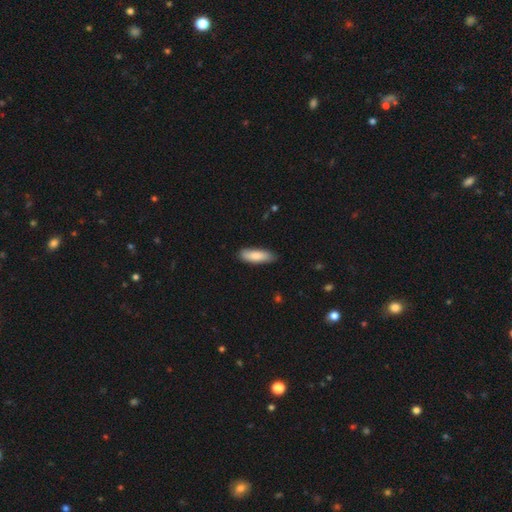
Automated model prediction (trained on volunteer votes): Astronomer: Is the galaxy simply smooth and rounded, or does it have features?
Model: smooth — 85%.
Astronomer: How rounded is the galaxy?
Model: in between — 54% (runner-up: cigar-shaped, 44%).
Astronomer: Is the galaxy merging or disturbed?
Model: none — 84%.